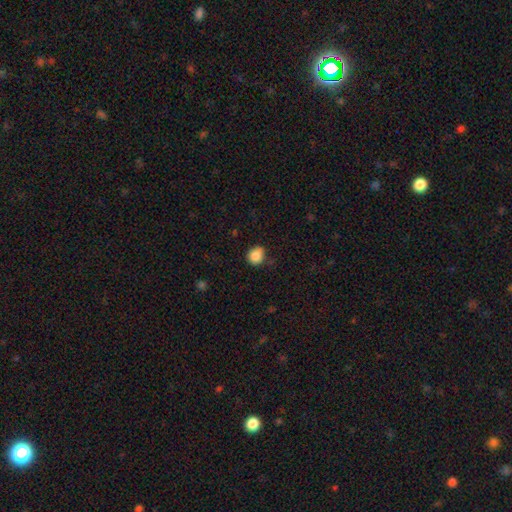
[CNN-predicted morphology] Smooth or featured? smooth (86%)
How rounded? round (77%)
Merging? none (68%)